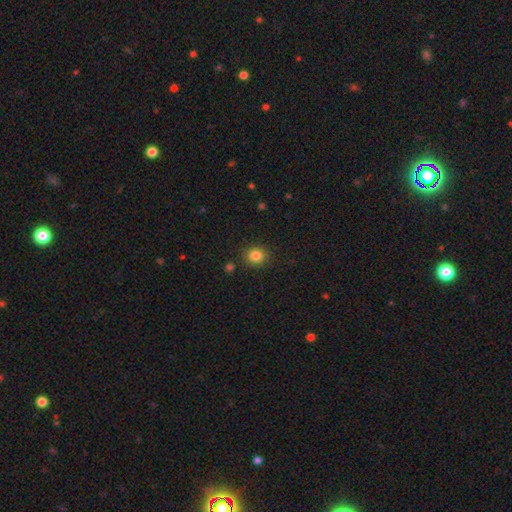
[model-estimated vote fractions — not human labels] smooth 84%, star or artifact 12%, featured or disk 5%. Down the decision tree: how rounded — round (82%); merging — none (88%).